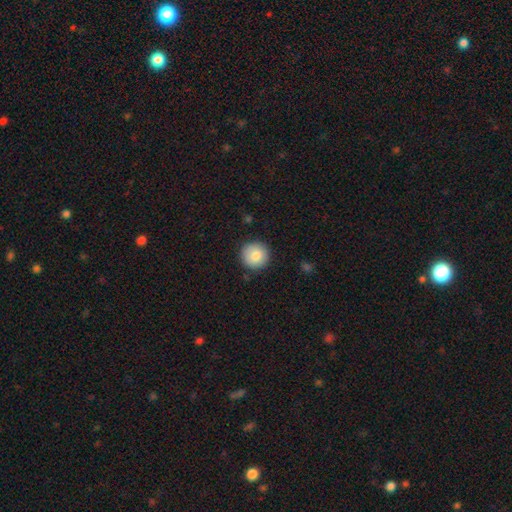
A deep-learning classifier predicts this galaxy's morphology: This appears to be a smooth galaxy with no disk features (82%) that is round (95%). Merging: none (89%).